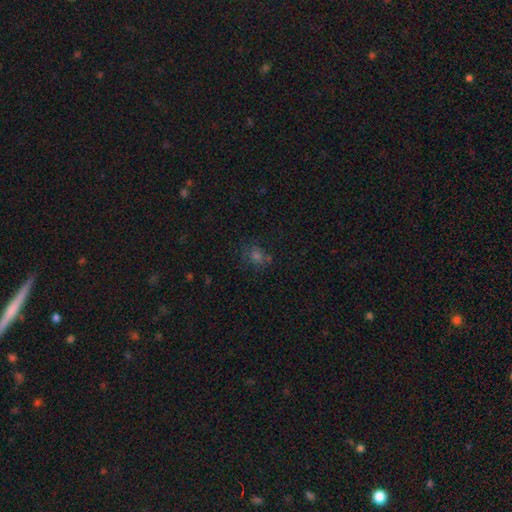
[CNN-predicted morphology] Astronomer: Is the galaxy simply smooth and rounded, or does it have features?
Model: smooth — 51% (runner-up: star or artifact, 36%).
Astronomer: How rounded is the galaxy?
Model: round — 69%.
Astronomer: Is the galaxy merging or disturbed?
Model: none — 68%.